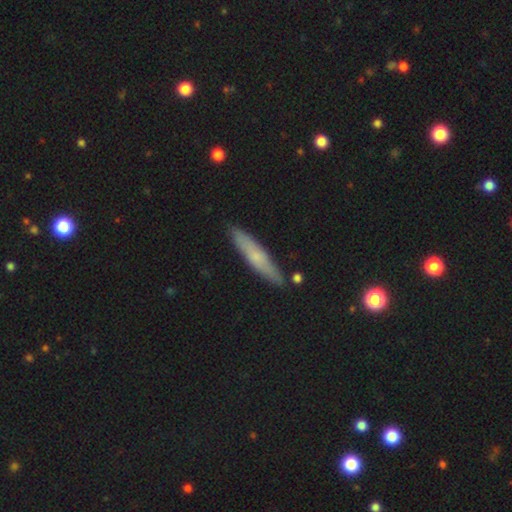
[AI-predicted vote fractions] Morphology: type=smooth (59%); roundness=cigar-shaped (89%); merging=none (88%).